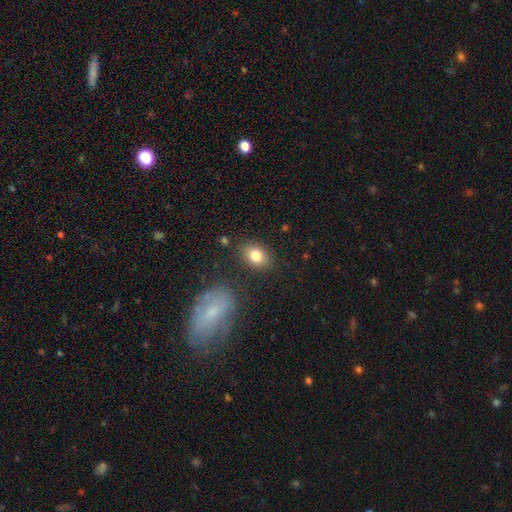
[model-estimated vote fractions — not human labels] A smooth galaxy with no disk features (83%) that is in between round and cigar-shaped (74%).

Vote fractions:
- Smooth or featured? smooth: 83% / featured or disk: 8% / star or artifact: 8%
- How rounded? in between: 74% / round: 25% / cigar-shaped: 1%
- Merging? none: 83% / minor disturbance: 11% / major disturbance: 3% / merger: 3%